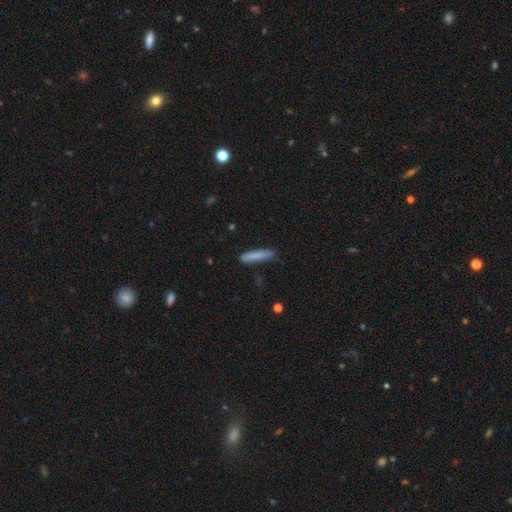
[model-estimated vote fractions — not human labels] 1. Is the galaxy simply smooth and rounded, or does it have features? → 80% smooth, 14% featured or disk, 6% star or artifact.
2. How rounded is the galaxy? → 90% cigar-shaped, 8% in between, 1% round.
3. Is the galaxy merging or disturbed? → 79% none, 16% minor disturbance, 3% major disturbance, 2% merger.